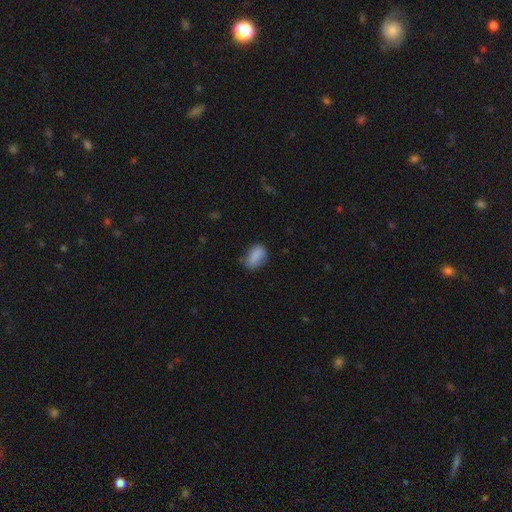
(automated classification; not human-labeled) Smooth or featured?
  - smooth: 85% *
  - star or artifact: 8%
  - featured or disk: 6%
How rounded?
  - in between: 87% *
  - round: 9%
  - cigar-shaped: 5%
Merging?
  - none: 69% *
  - minor disturbance: 23%
  - major disturbance: 6%
  - merger: 2%